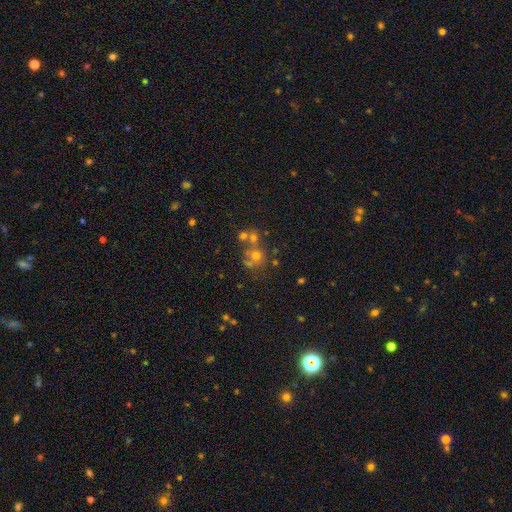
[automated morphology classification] This appears to be a smooth galaxy with no disk features (50%) that is round (80%). Merging: none (49%).